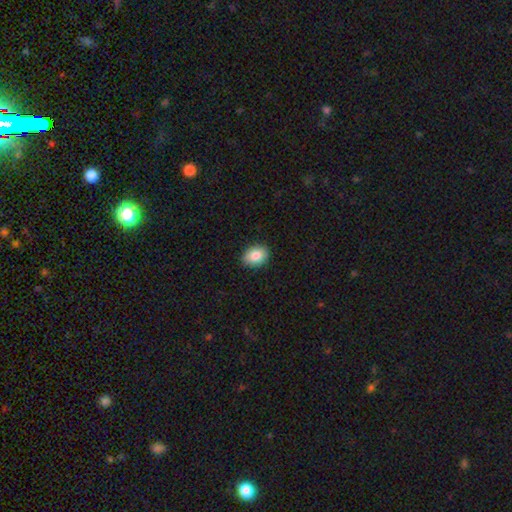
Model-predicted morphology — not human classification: Smooth or featured?
  - smooth: 84% *
  - star or artifact: 8%
  - featured or disk: 8%
How rounded?
  - in between: 65% *
  - round: 34%
  - cigar-shaped: 1%
Merging?
  - none: 86% *
  - minor disturbance: 12%
  - major disturbance: 2%
  - merger: 1%